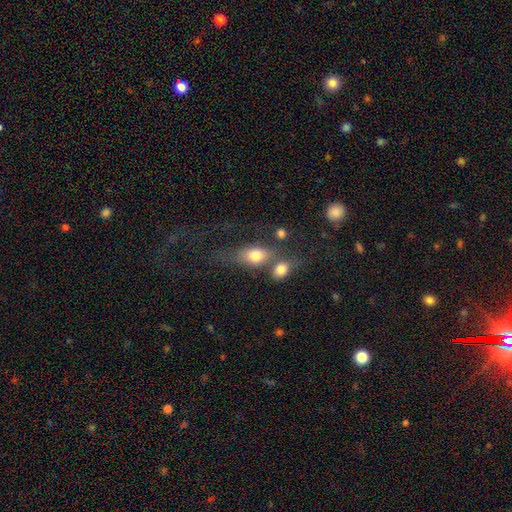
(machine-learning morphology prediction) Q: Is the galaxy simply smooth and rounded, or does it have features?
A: smooth — 75%.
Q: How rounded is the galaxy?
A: in between — 72%.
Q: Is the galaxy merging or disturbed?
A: merger — 38%.